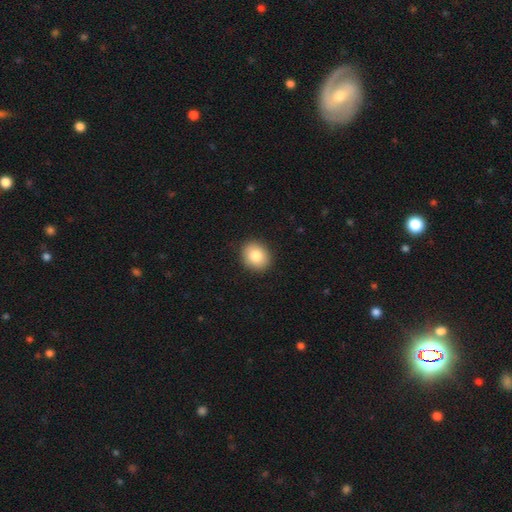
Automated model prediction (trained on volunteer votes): Overall: smooth (83%). How rounded: round (61%; in between 38%). Merging: none (91%).